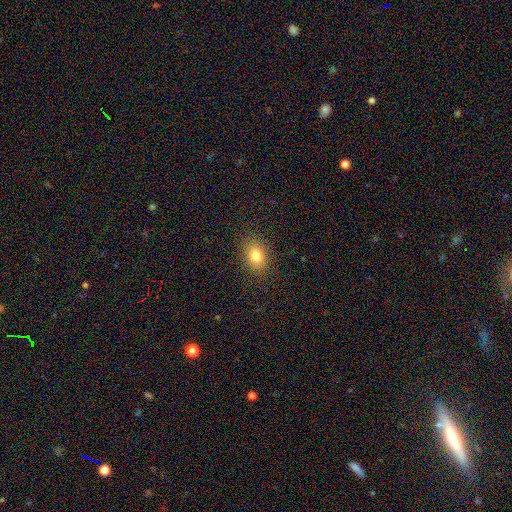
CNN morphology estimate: smooth-or-featured: smooth: 81% | star or artifact: 11% | featured or disk: 8%
  how-rounded: in between: 65% | round: 33% | cigar-shaped: 1%
  merging: none: 87% | minor disturbance: 9% | major disturbance: 3% | merger: 1%